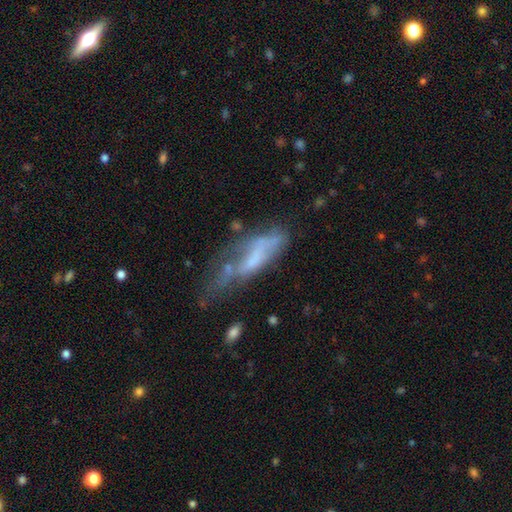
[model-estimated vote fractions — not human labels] Smooth or featured: featured or disk — 48% (smooth — 40%)
Merging: major disturbance — 35% (none — 27%)